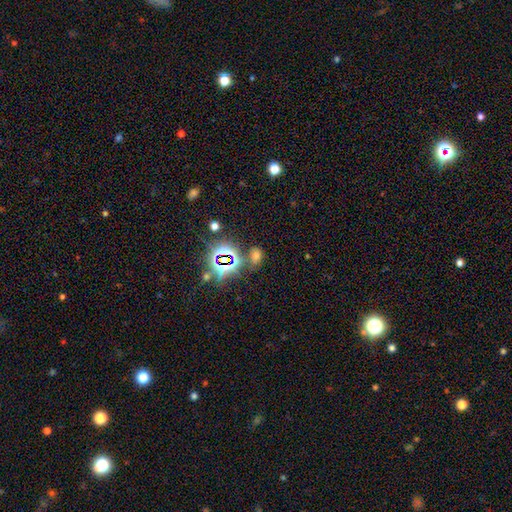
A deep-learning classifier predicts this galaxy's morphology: Q: Smooth or featured?
A: star or artifact (50%); runner-up: smooth (41%)